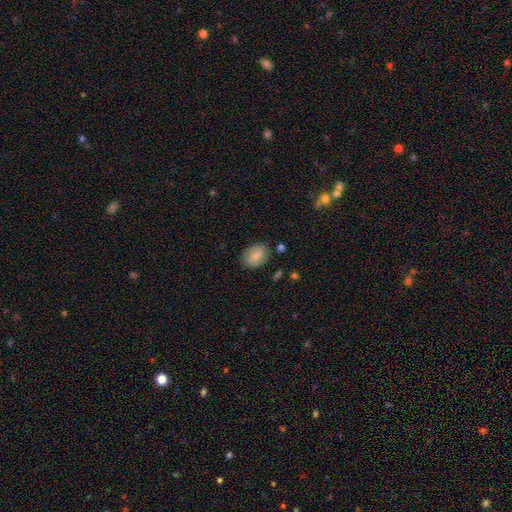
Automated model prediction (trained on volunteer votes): Morphology: type=smooth (66%); roundness=in between (70%); merging=none (79%).